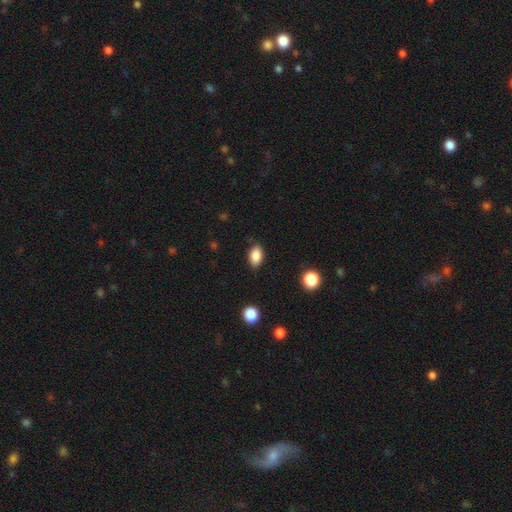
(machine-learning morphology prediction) A smooth galaxy with no disk features (87%) that is in between round and cigar-shaped (88%).

Vote fractions:
- Smooth or featured? smooth: 87% / star or artifact: 8% / featured or disk: 5%
- How rounded? in between: 88% / round: 9% / cigar-shaped: 2%
- Merging? none: 83% / minor disturbance: 13% / major disturbance: 3% / merger: 1%